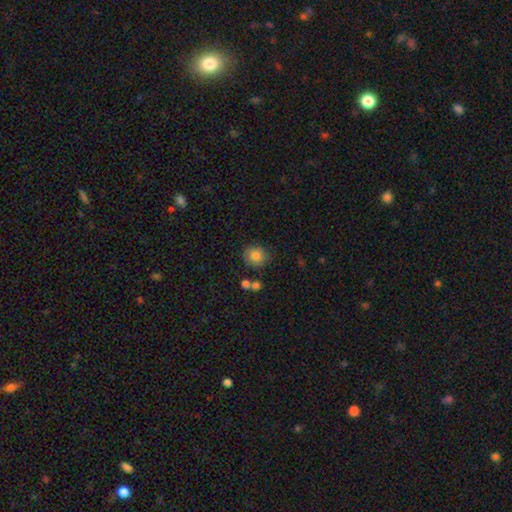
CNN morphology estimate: Smooth or featured?
  - smooth: 83% *
  - star or artifact: 9%
  - featured or disk: 8%
How rounded?
  - round: 84% *
  - in between: 15%
  - cigar-shaped: 1%
Merging?
  - none: 77% *
  - minor disturbance: 13%
  - merger: 7%
  - major disturbance: 3%